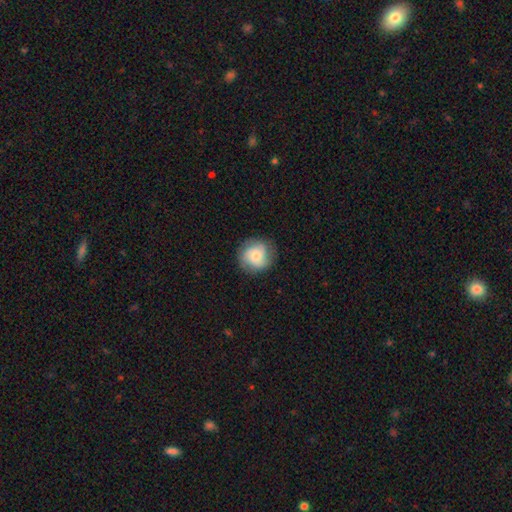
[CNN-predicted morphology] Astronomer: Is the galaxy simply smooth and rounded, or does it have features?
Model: smooth — 61%.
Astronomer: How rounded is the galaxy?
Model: round — 90%.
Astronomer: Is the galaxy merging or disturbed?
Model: none — 81%.